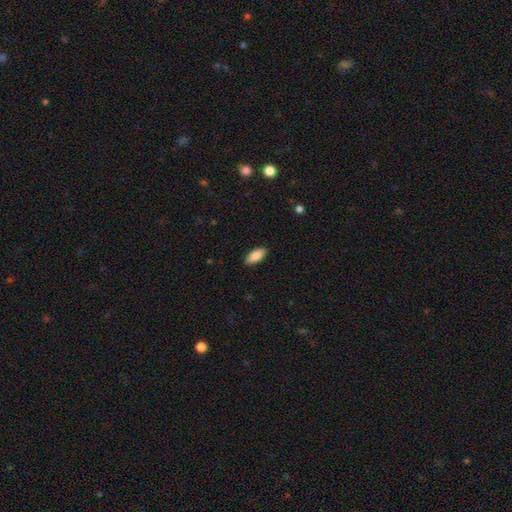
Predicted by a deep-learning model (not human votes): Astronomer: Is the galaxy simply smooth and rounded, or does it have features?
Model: smooth — 88%.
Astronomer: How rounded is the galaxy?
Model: in between — 86%.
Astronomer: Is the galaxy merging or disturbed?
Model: none — 89%.